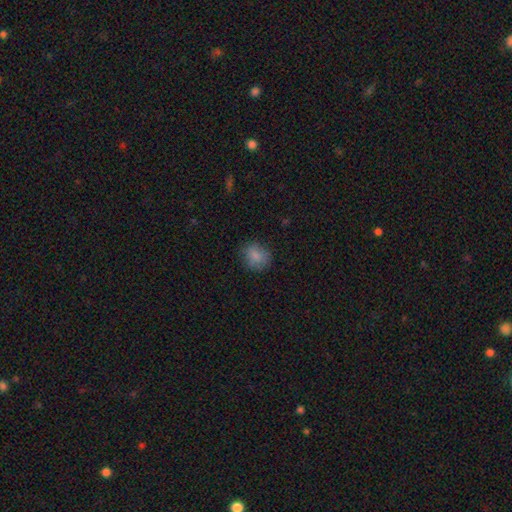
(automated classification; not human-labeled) Q: Smooth or featured?
A: smooth (84%); runner-up: star or artifact (10%)
Q: How rounded?
A: round (70%); runner-up: in between (29%)
Q: Merging?
A: none (78%); runner-up: minor disturbance (16%)